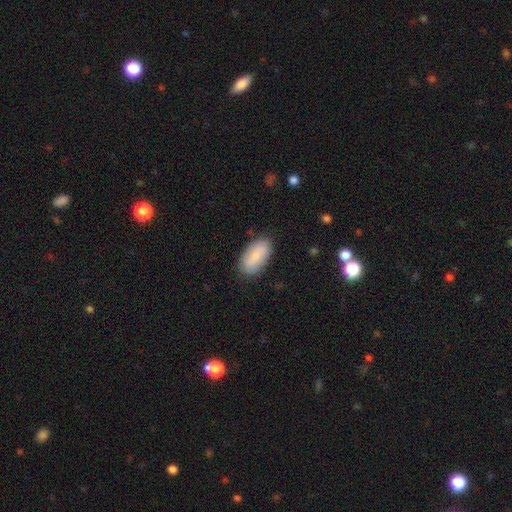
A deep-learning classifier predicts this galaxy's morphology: Smooth or featured?
  - smooth: 79% *
  - featured or disk: 14%
  - star or artifact: 6%
How rounded?
  - in between: 94% *
  - cigar-shaped: 3%
  - round: 3%
Merging?
  - none: 84% *
  - minor disturbance: 12%
  - major disturbance: 3%
  - merger: 1%